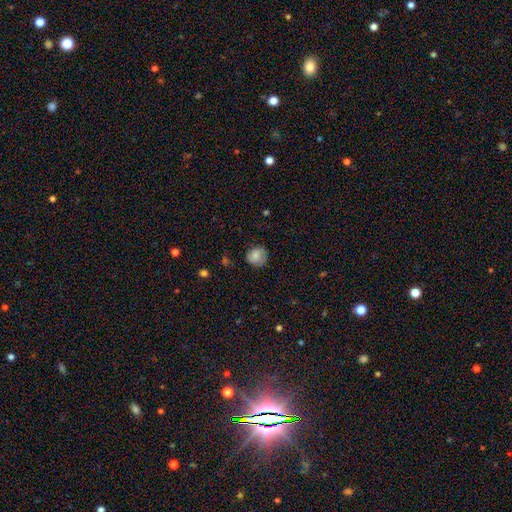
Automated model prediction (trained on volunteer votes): Overall: smooth (77%). How rounded: round (82%). Merging: none (73%).